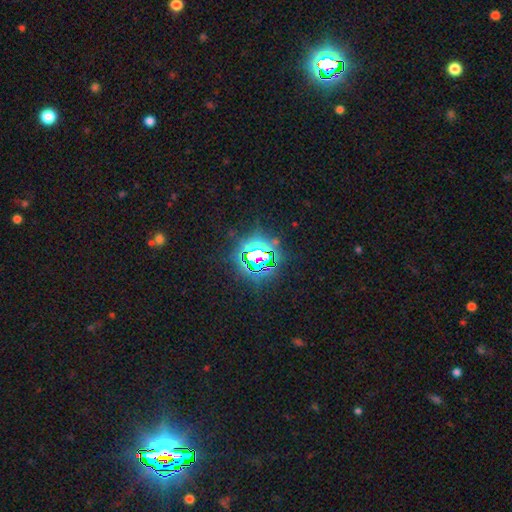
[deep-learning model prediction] Smooth or featured?
  - star or artifact: 80% *
  - smooth: 11%
  - featured or disk: 9%